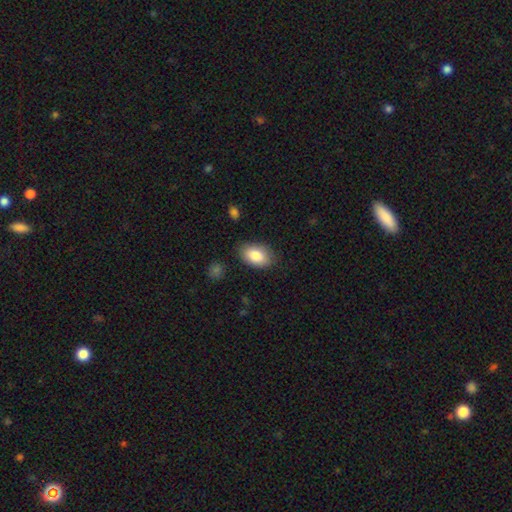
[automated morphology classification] smooth-or-featured: smooth: 84% | featured or disk: 9% | star or artifact: 7%
  how-rounded: in between: 91% | round: 7% | cigar-shaped: 1%
  merging: none: 83% | minor disturbance: 12% | major disturbance: 3% | merger: 1%